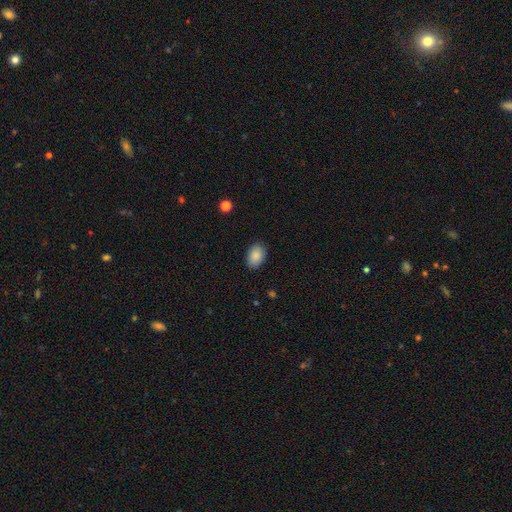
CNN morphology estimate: smooth-or-featured: smooth: 89% | star or artifact: 7% | featured or disk: 4%
  how-rounded: in between: 87% | round: 12% | cigar-shaped: 1%
  merging: none: 87% | minor disturbance: 10% | major disturbance: 2% | merger: 1%